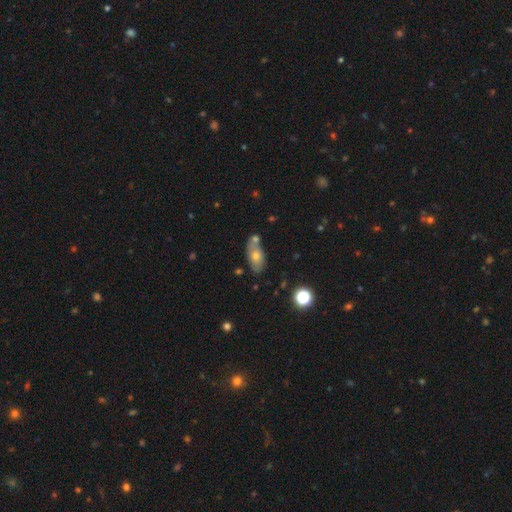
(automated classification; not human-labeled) smooth_or_featured: smooth (p=0.61) [alt: featured or disk p=0.27]
how_rounded: in between (p=0.82) [alt: cigar-shaped p=0.12]
merging: none (p=0.61) [alt: merger p=0.18]